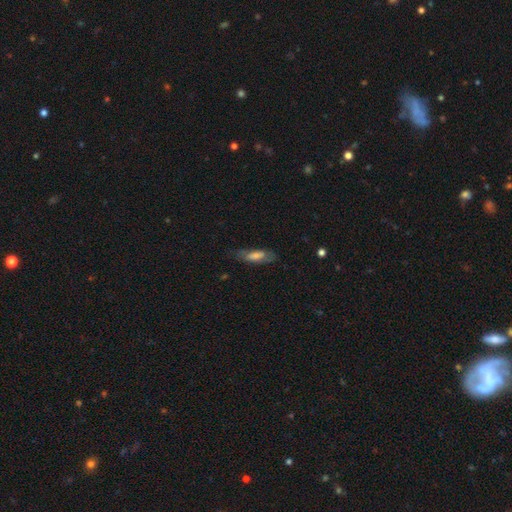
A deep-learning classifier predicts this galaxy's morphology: Smooth or featured?
  - smooth: 60% *
  - featured or disk: 33%
  - star or artifact: 7%
How rounded?
  - in between: 53% *
  - cigar-shaped: 45%
  - round: 2%
Merging?
  - none: 67% *
  - minor disturbance: 21%
  - major disturbance: 10%
  - merger: 2%